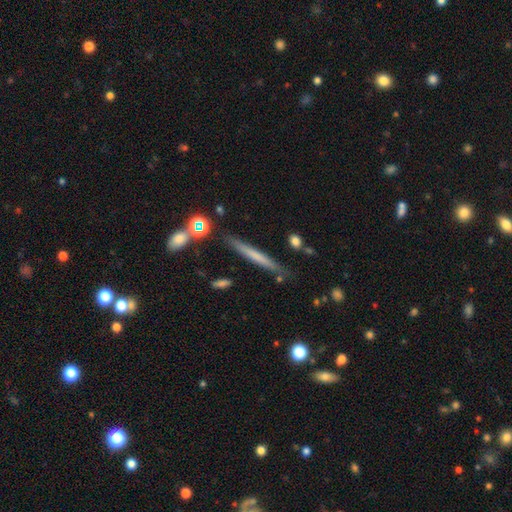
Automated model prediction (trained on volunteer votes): Morphology: type=smooth (54%); roundness=cigar-shaped (95%); merging=none (85%).